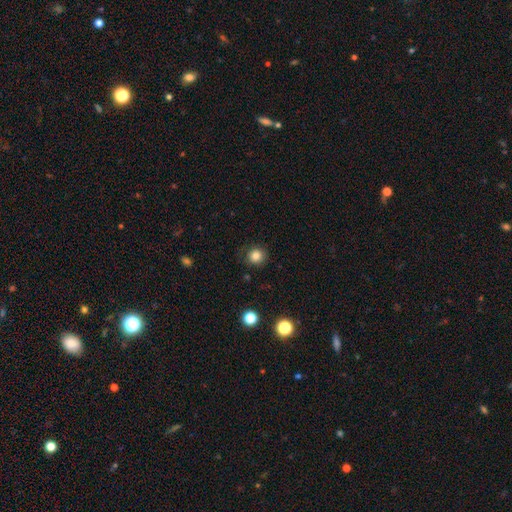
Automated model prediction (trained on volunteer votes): This appears to be a smooth galaxy with no disk features (82%) that is round (91%). Merging: none (85%).